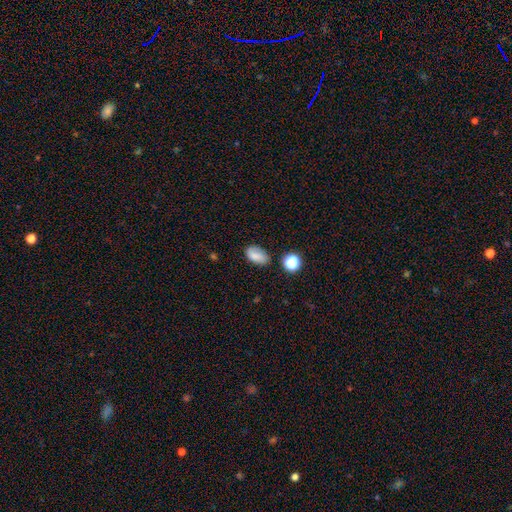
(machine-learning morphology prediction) smooth-or-featured: smooth: 79% | star or artifact: 11% | featured or disk: 10%
  how-rounded: in between: 89% | round: 9% | cigar-shaped: 2%
  merging: none: 72% | minor disturbance: 20% | major disturbance: 5% | merger: 4%